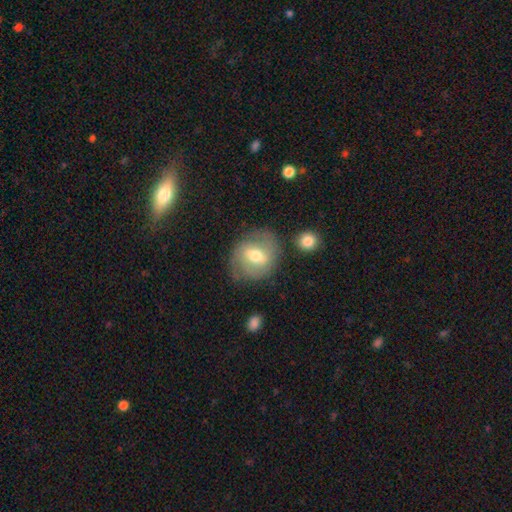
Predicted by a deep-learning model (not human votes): This is possibly a featured or disk galaxy (55%). It is clearly not viewed edge-on (96%). Bar: possibly weak (55%). Spiral arm pattern: likely yes (75%). Central bulge: likely moderate (75%). Merging: likely none (72%).